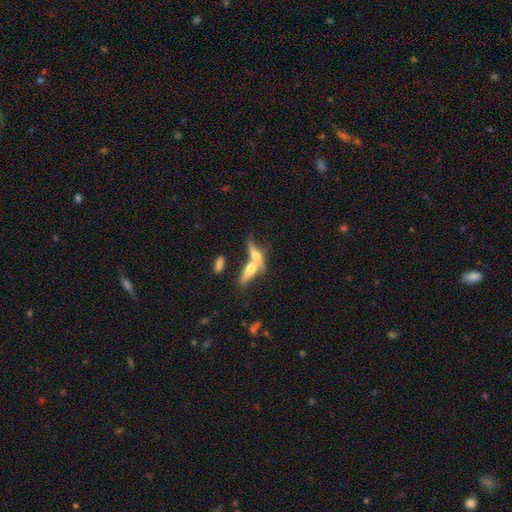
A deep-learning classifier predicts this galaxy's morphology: This is possibly a smooth galaxy (49%). Merging: possibly merger (58%).